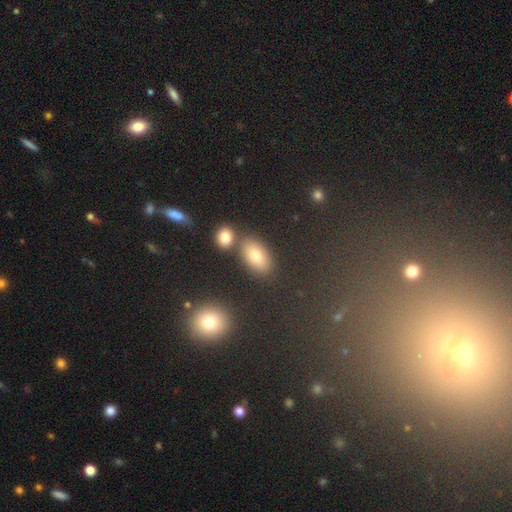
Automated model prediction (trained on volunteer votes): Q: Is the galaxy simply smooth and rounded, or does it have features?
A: smooth — 79%.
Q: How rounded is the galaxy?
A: in between — 88%.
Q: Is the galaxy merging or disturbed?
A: none — 70%.